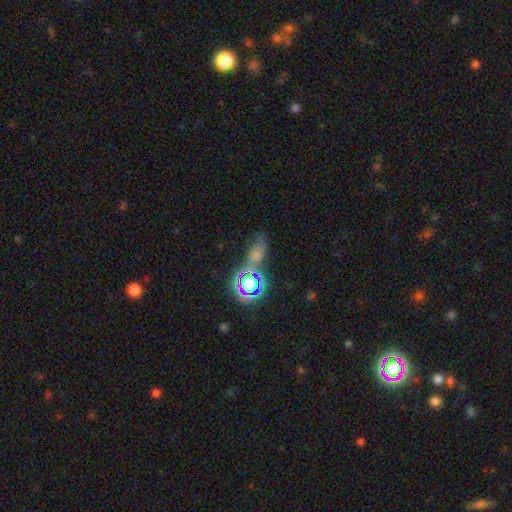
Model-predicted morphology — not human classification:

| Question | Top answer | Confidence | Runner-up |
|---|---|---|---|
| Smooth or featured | smooth | 44% | star or artifact (36%) |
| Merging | none | 47% | minor disturbance (22%) |